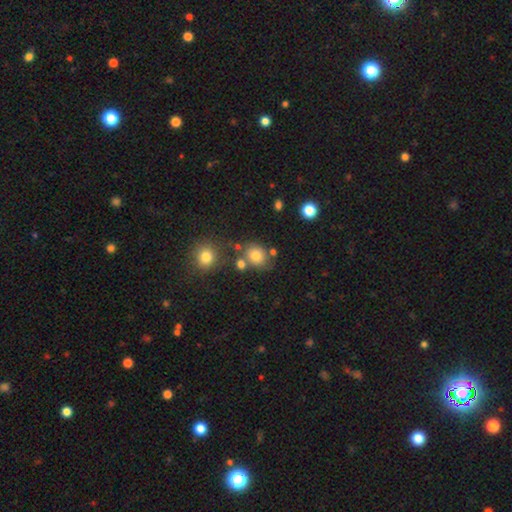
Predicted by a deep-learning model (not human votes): smooth-or-featured: smooth: 76% | star or artifact: 14% | featured or disk: 10%
  how-rounded: round: 70% | in between: 29% | cigar-shaped: 1%
  merging: none: 67% | merger: 15% | minor disturbance: 13% | major disturbance: 5%